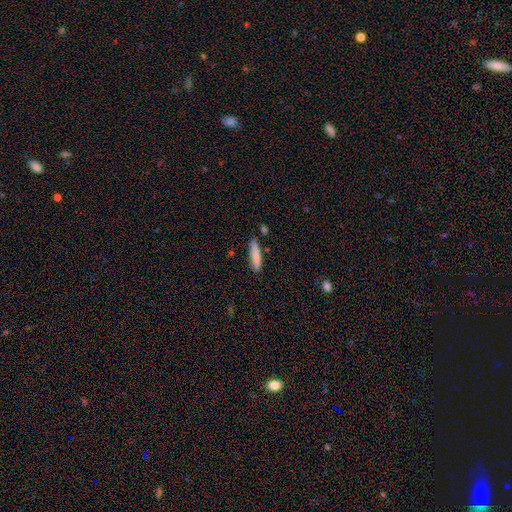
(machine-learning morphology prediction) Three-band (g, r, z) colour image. It shows a smooth galaxy with no disk features (83%) that is cigar-shaped (83%). Merging: none (82%).